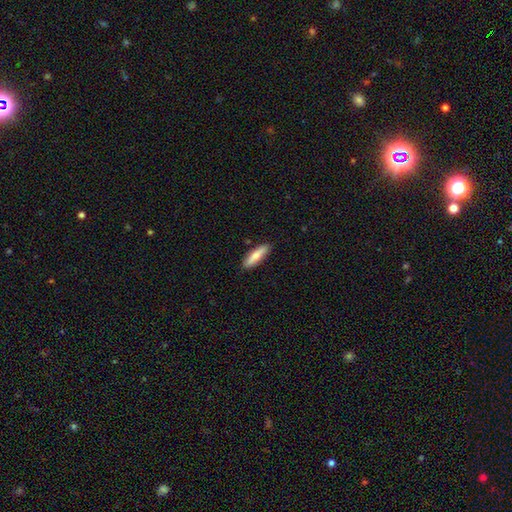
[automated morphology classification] The model was most divided on "how rounded": cigar-shaped: 67%, in between: 31%, round: 2%. More confident: merging — none (88%); smooth or featured — smooth (75%).